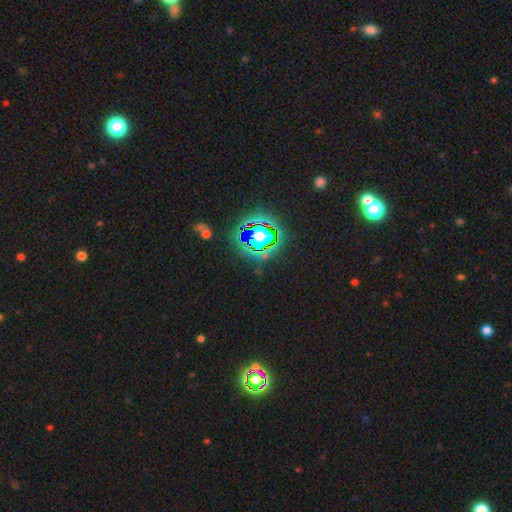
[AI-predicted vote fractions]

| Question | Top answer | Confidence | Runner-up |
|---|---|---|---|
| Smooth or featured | star or artifact | 80% | smooth (12%) |